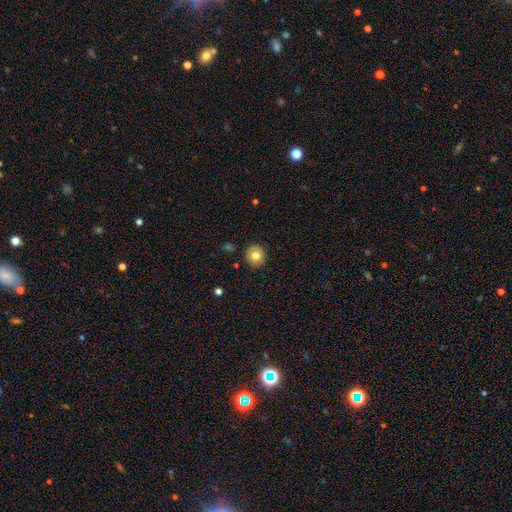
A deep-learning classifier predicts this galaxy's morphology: Smooth or featured? Predicted: smooth (p=0.77). How rounded? Predicted: round (p=0.87). Merging? Predicted: none (p=0.90).